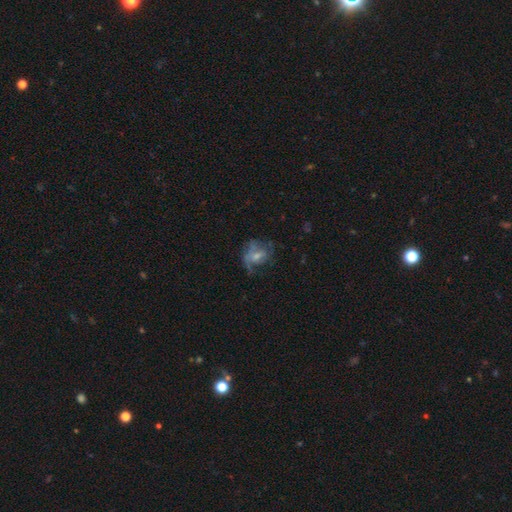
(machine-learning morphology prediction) A featured or disk galaxy (57%) with no bar (52%), spiral arms (63%) and a small central bulge (41%). Merging: none (39%).